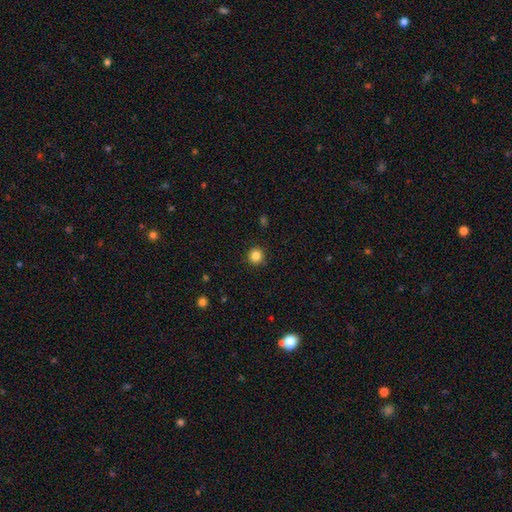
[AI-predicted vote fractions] The model was most divided on "smooth or featured": smooth: 85%, star or artifact: 11%, featured or disk: 4%. More confident: how rounded — round (94%); merging — none (91%).